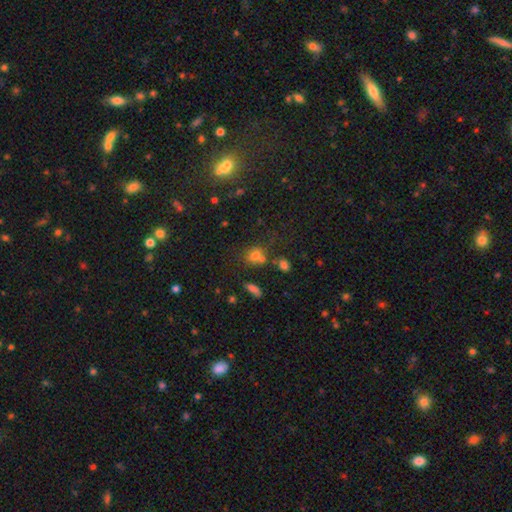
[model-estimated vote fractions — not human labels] Smooth or featured?
  - smooth: 71% *
  - star or artifact: 17%
  - featured or disk: 11%
How rounded?
  - round: 58% *
  - in between: 40%
  - cigar-shaped: 2%
Merging?
  - none: 51% *
  - merger: 27%
  - minor disturbance: 15%
  - major disturbance: 7%